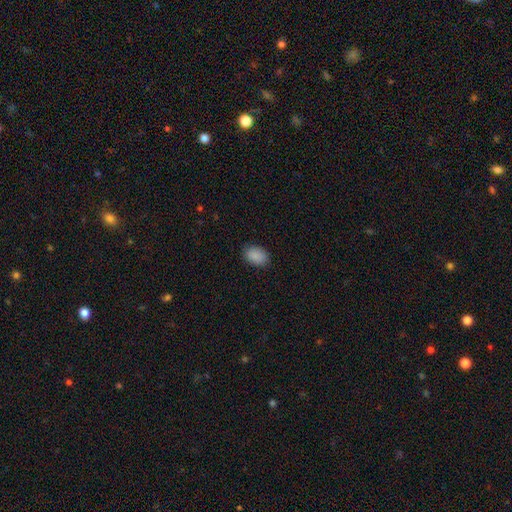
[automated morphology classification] A smooth galaxy with no disk features (89%) that is in between round and cigar-shaped (84%).

Vote fractions:
- Smooth or featured? smooth: 89% / star or artifact: 8% / featured or disk: 3%
- How rounded? in between: 84% / round: 15% / cigar-shaped: 1%
- Merging? none: 86% / minor disturbance: 11% / major disturbance: 3% / merger: 1%